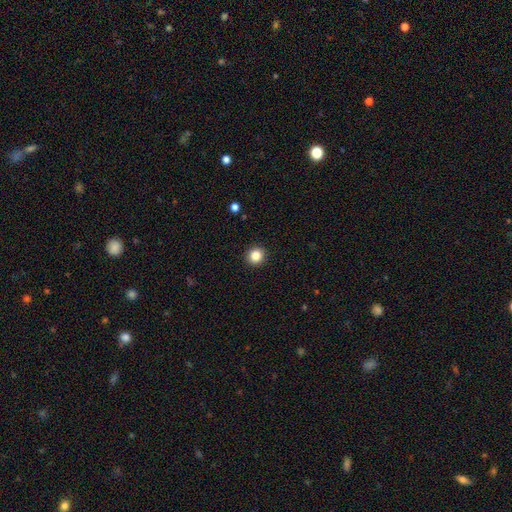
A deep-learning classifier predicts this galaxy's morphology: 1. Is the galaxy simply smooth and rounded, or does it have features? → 85% smooth, 11% star or artifact, 4% featured or disk.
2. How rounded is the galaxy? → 92% round, 7% in between, 1% cigar-shaped.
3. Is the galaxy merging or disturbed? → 93% none, 5% minor disturbance, 2% major disturbance, 1% merger.